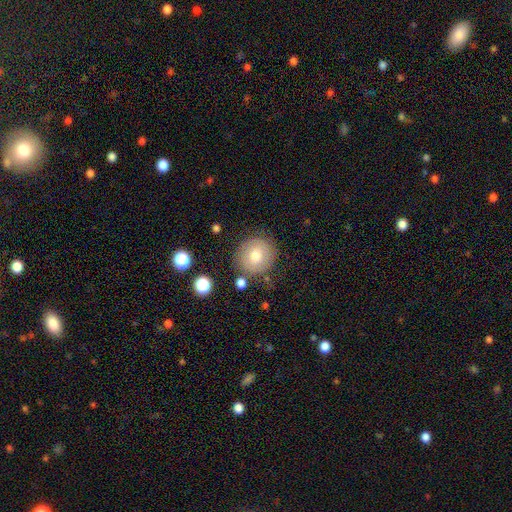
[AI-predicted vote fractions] Overall: smooth (64%; featured or disk 26%). How rounded: round (87%). Merging: none (79%).